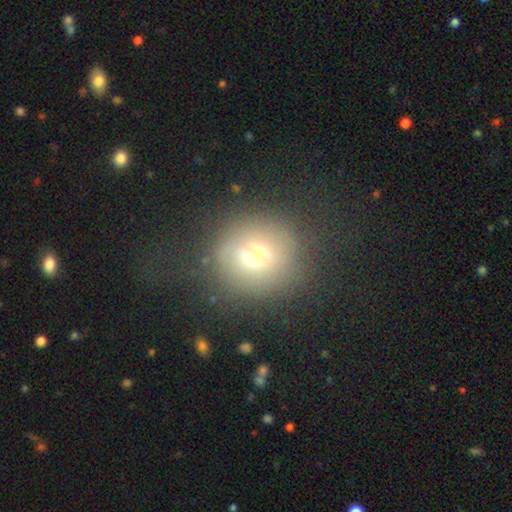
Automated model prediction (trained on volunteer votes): Smooth or featured? Predicted: smooth (p=0.51). How rounded? Predicted: round (p=0.87). Merging? Predicted: none (p=0.67).